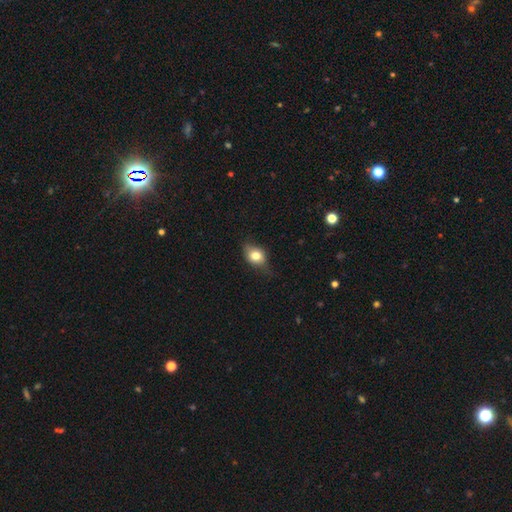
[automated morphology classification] type=smooth (72%); roundness=in between (66%); merging=none (66%).